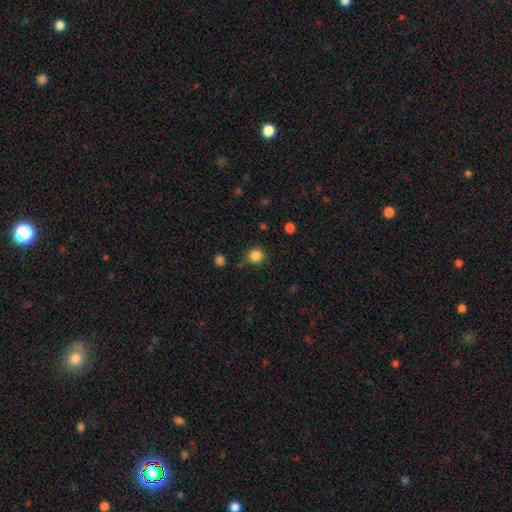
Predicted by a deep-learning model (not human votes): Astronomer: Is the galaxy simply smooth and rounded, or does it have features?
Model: smooth — 85%.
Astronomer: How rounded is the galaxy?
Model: round — 90%.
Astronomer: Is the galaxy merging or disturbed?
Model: none — 80%.